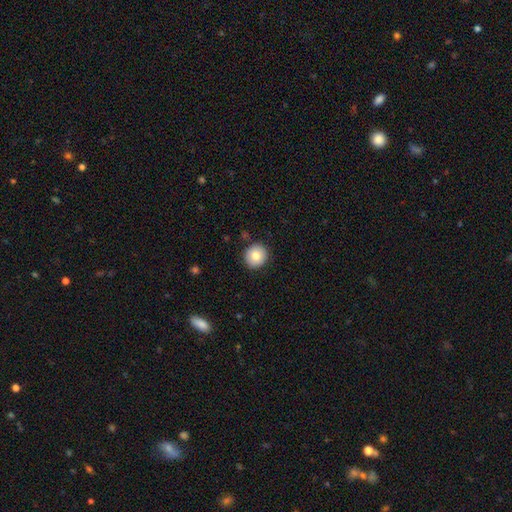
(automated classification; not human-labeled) Smooth or featured? Predicted: smooth (p=0.79). How rounded? Predicted: round (p=0.91). Merging? Predicted: none (p=0.90).